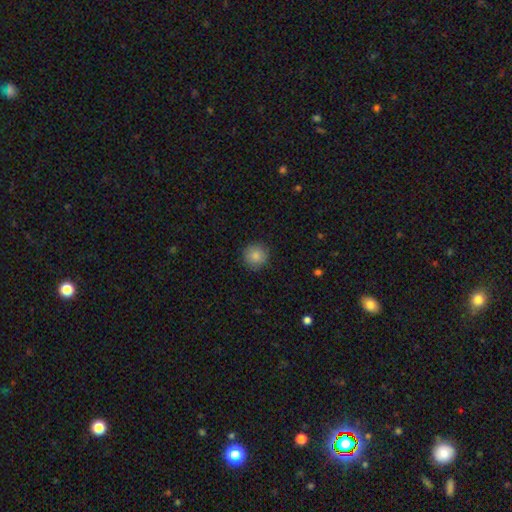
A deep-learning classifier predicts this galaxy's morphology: Smooth or featured? smooth (85%)
How rounded? round (94%)
Merging? none (89%)